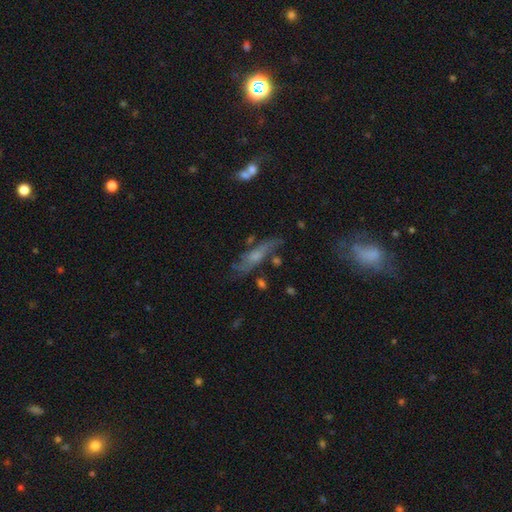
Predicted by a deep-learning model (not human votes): This is possibly a featured or disk galaxy (54%). It is possibly viewed edge-on (51%). Merging: likely none (61%).